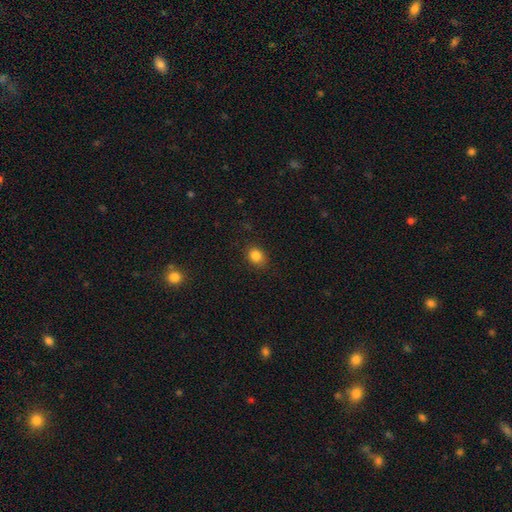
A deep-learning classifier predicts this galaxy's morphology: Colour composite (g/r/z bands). It shows a smooth galaxy with no disk features (84%) that is round (51%). Merging: none (85%).